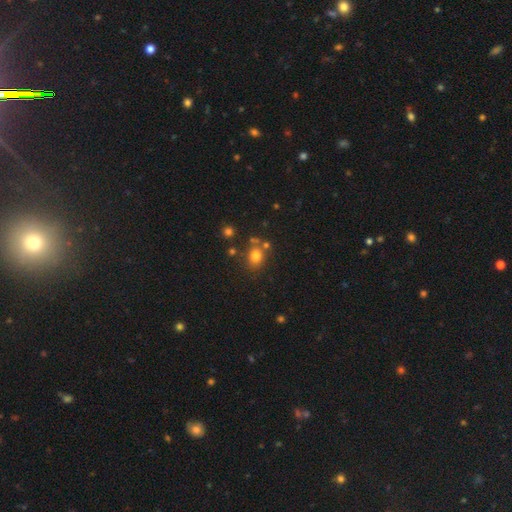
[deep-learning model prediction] Morphology: type=smooth (77%); roundness=round (61%); merging=none (68%).